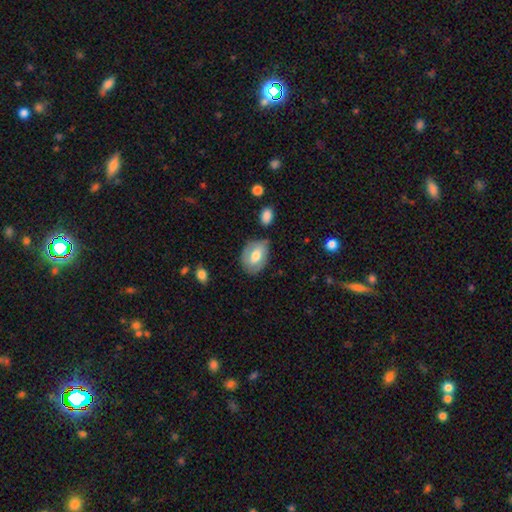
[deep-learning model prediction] Smooth or featured? Predicted: smooth (p=0.55). How rounded? Predicted: in between (p=0.75). Merging? Predicted: none (p=0.63).